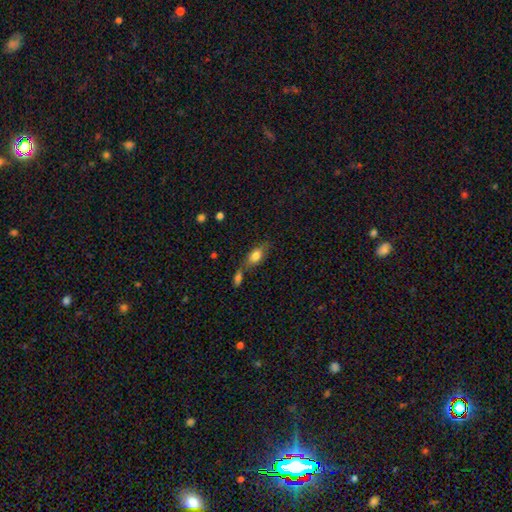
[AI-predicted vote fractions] The model was most divided on "merging": none: 52%, merger: 29%, minor disturbance: 14%, major disturbance: 5%. More confident: how rounded — in between (83%); smooth or featured — smooth (77%).